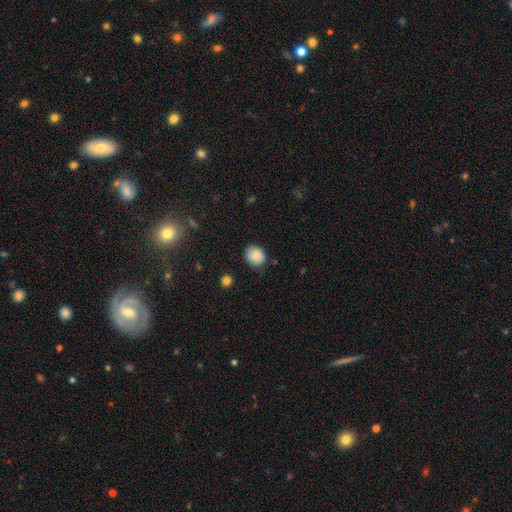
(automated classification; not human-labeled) Smooth or featured? Predicted: smooth (p=0.86). How rounded? Predicted: round (p=0.73). Merging? Predicted: none (p=0.81).